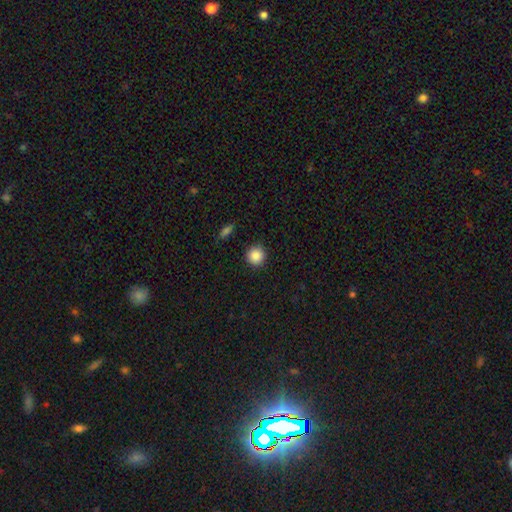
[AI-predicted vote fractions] A smooth galaxy with no disk features (87%) that is round (94%). Merging: none (91%).